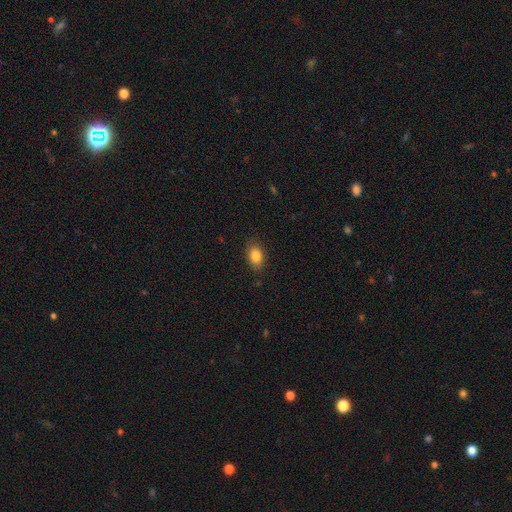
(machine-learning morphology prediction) A smooth galaxy with no disk features (84%) that is in between round and cigar-shaped (86%). Merging: none (85%).